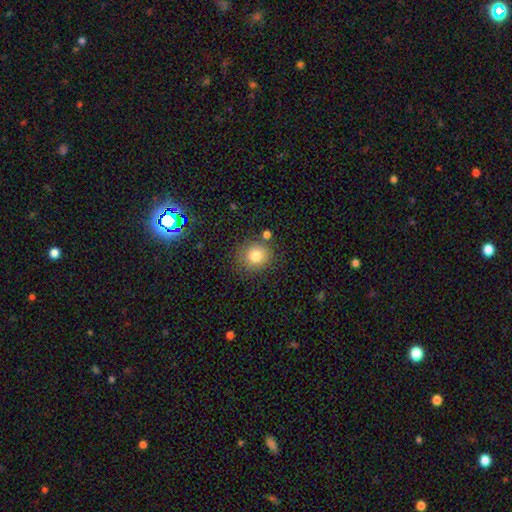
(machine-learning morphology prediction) The model was most divided on "merging": none: 79%, minor disturbance: 11%, merger: 6%, major disturbance: 3%. More confident: how rounded — round (85%); smooth or featured — smooth (80%).